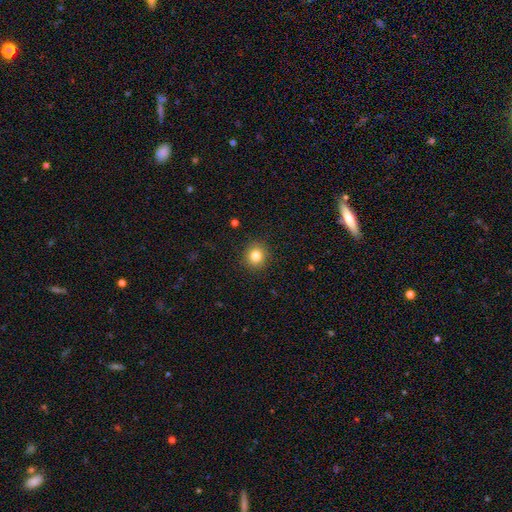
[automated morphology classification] The model was most divided on "smooth or featured": smooth: 83%, star or artifact: 11%, featured or disk: 6%. More confident: merging — none (91%); how rounded — round (90%).